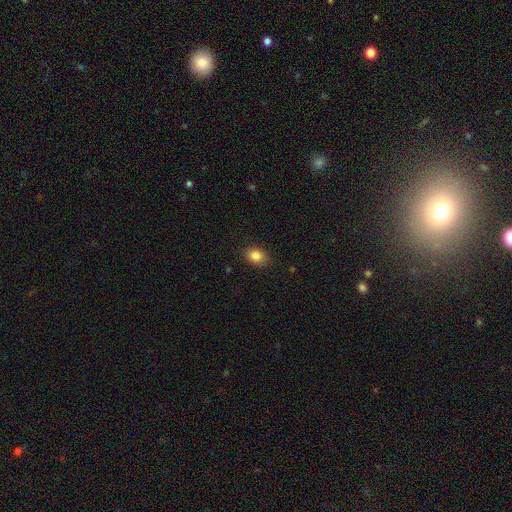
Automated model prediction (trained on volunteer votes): A smooth galaxy with no disk features (86%) that is in between round and cigar-shaped (67%). Merging: none (86%).